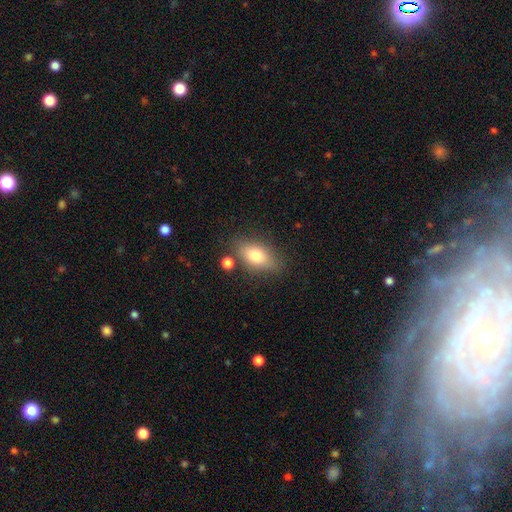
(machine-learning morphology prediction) Smooth or featured? Predicted: smooth (p=0.75). How rounded? Predicted: in between (p=0.85). Merging? Predicted: none (p=0.75).